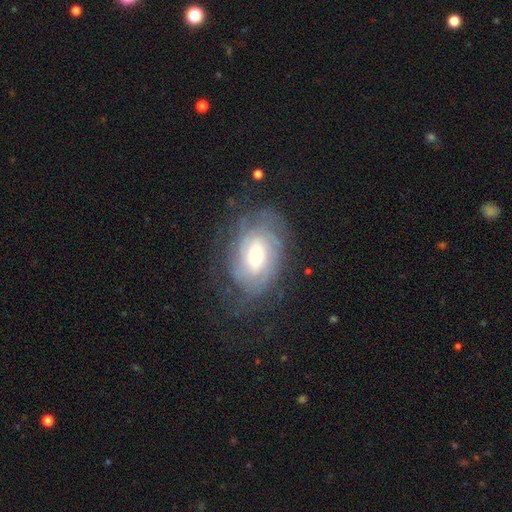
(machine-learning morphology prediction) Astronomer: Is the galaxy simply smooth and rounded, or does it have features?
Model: featured or disk — 77%.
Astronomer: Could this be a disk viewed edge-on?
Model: no — 96%.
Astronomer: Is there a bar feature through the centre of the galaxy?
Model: no — 57% (runner-up: weak, 34%).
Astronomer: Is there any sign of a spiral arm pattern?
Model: yes — 90%.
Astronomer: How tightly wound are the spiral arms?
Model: tight — 70%.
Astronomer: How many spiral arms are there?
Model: can't tell — 53%.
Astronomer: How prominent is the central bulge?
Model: moderate — 53% (runner-up: small, 29%).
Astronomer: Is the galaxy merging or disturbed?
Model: none — 69%.